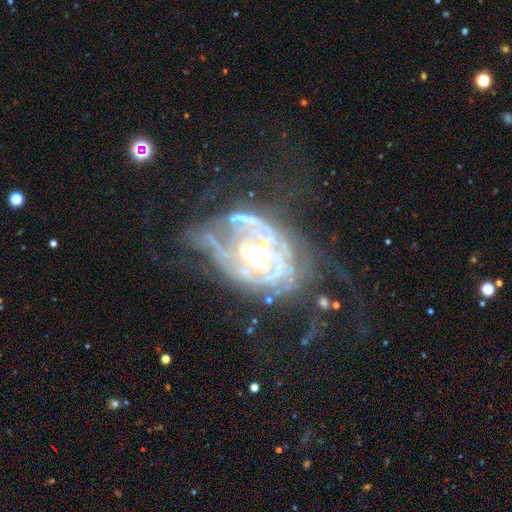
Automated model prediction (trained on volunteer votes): Smooth or featured: featured or disk — 84% (star or artifact — 9%)
Edge-on disk: no — 96% (yes — 4%)
Bar: no — 69% (weak — 22%)
Spiral arms: yes — 76% (no — 24%)
Spiral winding: tight — 59% (medium — 28%)
Spiral arm count: can't tell — 51% (2 — 19%)
Bulge size: moderate — 61% (small — 26%)
Merging: major disturbance — 38% (none — 36%)